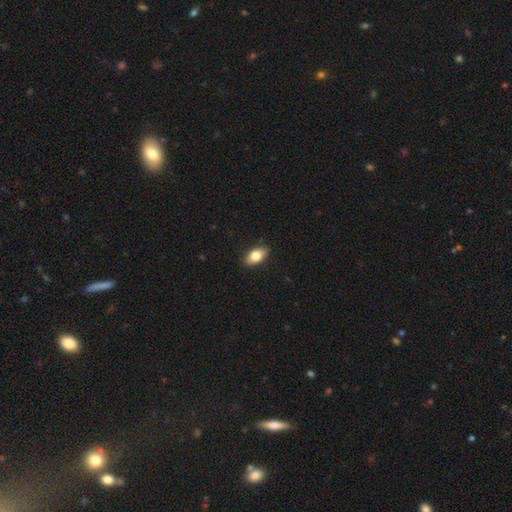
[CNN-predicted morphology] The model was most divided on "smooth or featured": smooth: 79%, featured or disk: 14%, star or artifact: 7%. More confident: how rounded — in between (89%); merging — none (89%).